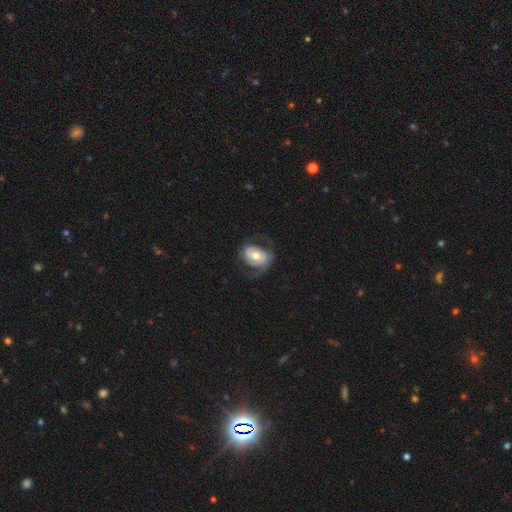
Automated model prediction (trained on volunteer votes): featured or disk 69%, smooth 26%, star or artifact 6%. Down the decision tree: edge-on disk — no (96%); bar — no (54%); spiral arms — yes (81%); spiral arm count — 2 (75%); spiral winding — medium (40%); bulge size — moderate (73%); merging — none (57%).